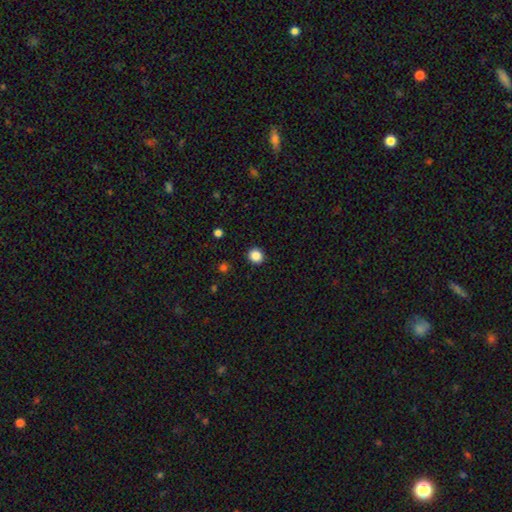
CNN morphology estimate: Smooth or featured? smooth (87%)
How rounded? round (88%)
Merging? none (92%)